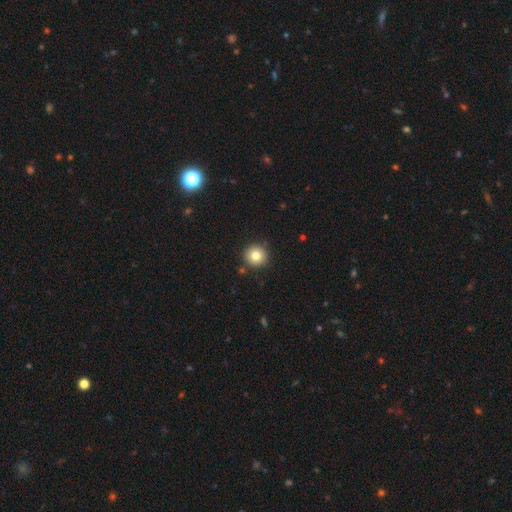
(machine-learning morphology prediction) smooth_or_featured: smooth (p=0.80) [alt: star or artifact p=0.11]
how_rounded: round (p=0.95) [alt: in between p=0.04]
merging: none (p=0.90) [alt: minor disturbance p=0.06]